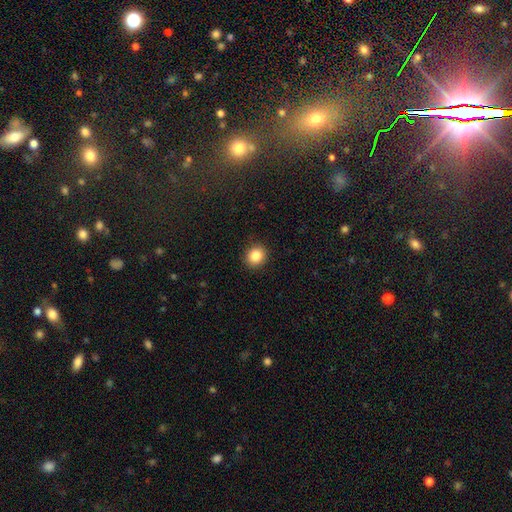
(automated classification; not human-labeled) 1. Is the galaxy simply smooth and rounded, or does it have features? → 85% smooth, 10% star or artifact, 5% featured or disk.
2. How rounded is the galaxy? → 79% round, 20% in between, 1% cigar-shaped.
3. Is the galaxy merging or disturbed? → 91% none, 6% minor disturbance, 2% major disturbance, 1% merger.